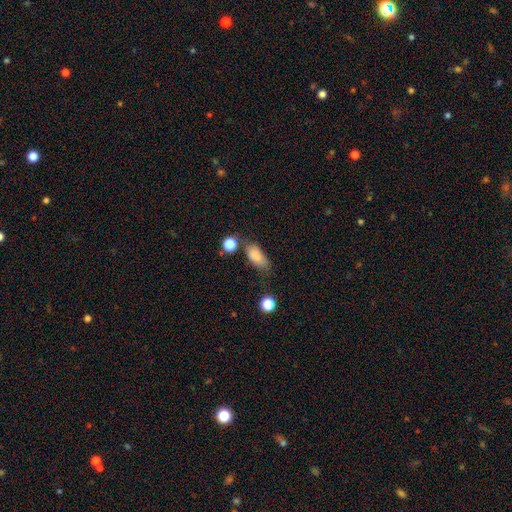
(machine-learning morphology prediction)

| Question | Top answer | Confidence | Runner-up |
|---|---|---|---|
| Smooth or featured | smooth | 83% | star or artifact (9%) |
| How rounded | in between | 84% | cigar-shaped (10%) |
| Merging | none | 58% | minor disturbance (24%) |